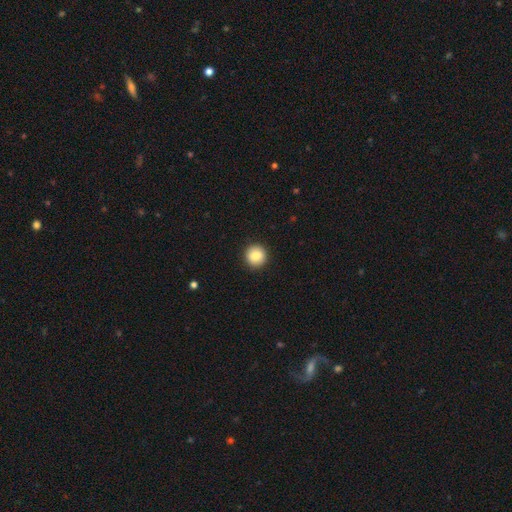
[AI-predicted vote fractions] The model was most divided on "smooth or featured": smooth: 86%, star or artifact: 8%, featured or disk: 6%. More confident: how rounded — round (94%); merging — none (92%).